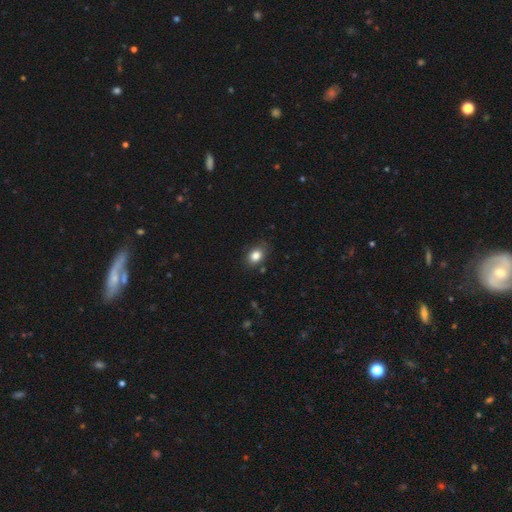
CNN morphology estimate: A smooth galaxy with no disk features (84%) that is in between round and cigar-shaped (65%). Merging: none (80%).